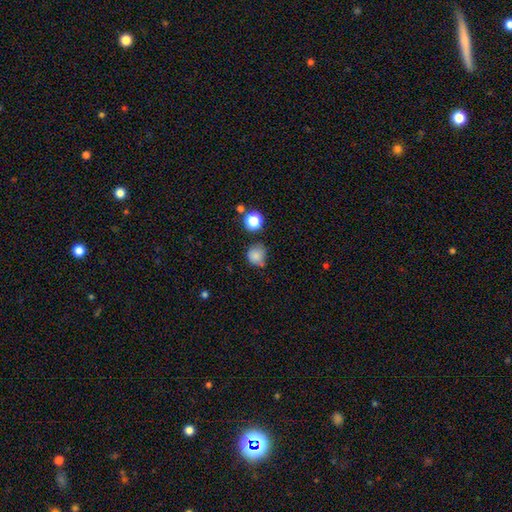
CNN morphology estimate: smooth 81%, star or artifact 13%, featured or disk 6%. Down the decision tree: how rounded — round (86%); merging — none (61%).